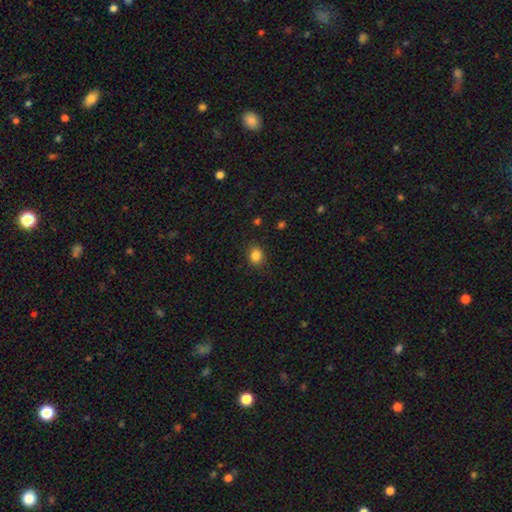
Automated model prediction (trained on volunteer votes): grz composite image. It shows a smooth galaxy with no disk features (85%) that is round (61%). Merging: none (86%).